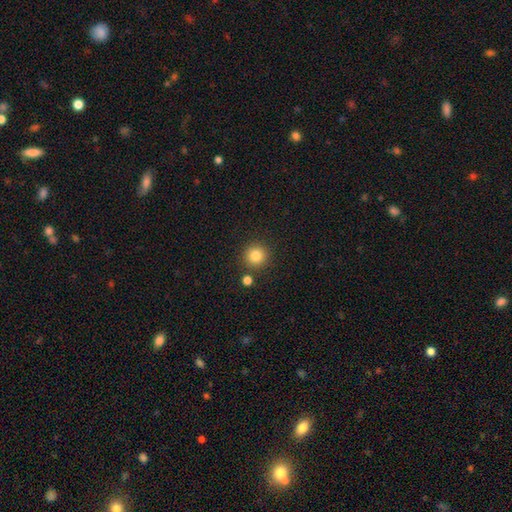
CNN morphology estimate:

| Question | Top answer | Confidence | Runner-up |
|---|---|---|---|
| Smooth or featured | smooth | 83% | star or artifact (12%) |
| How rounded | round | 94% | in between (5%) |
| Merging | none | 85% | minor disturbance (7%) |